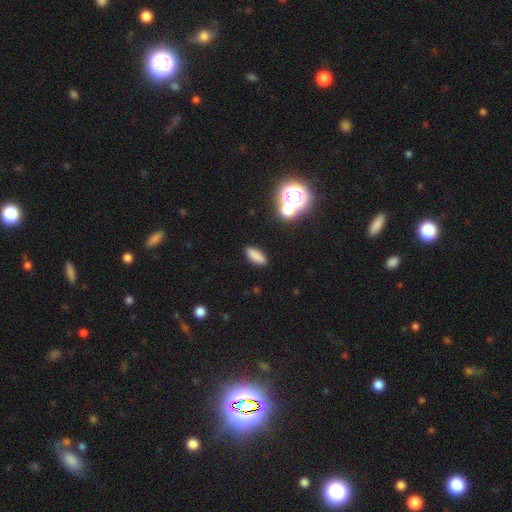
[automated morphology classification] A smooth galaxy with no disk features (82%) that is in between round and cigar-shaped (66%).

Vote fractions:
- Smooth or featured? smooth: 82% / star or artifact: 12% / featured or disk: 6%
- How rounded? in between: 66% / cigar-shaped: 29% / round: 5%
- Merging? none: 88% / minor disturbance: 8% / major disturbance: 2% / merger: 2%